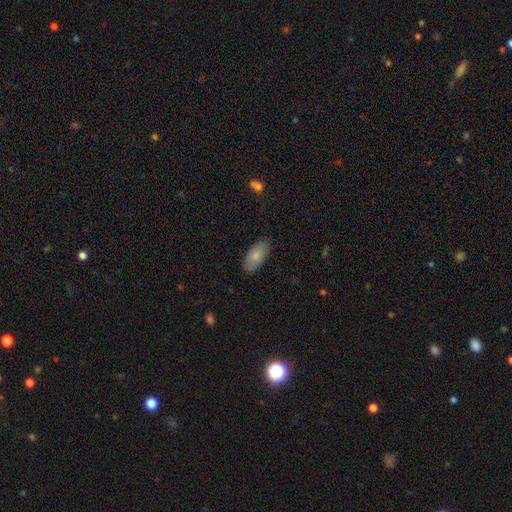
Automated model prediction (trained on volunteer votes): smooth-or-featured: smooth: 80% | featured or disk: 14% | star or artifact: 6%
  how-rounded: in between: 92% | cigar-shaped: 6% | round: 2%
  merging: none: 82% | minor disturbance: 15% | major disturbance: 3% | merger: 1%